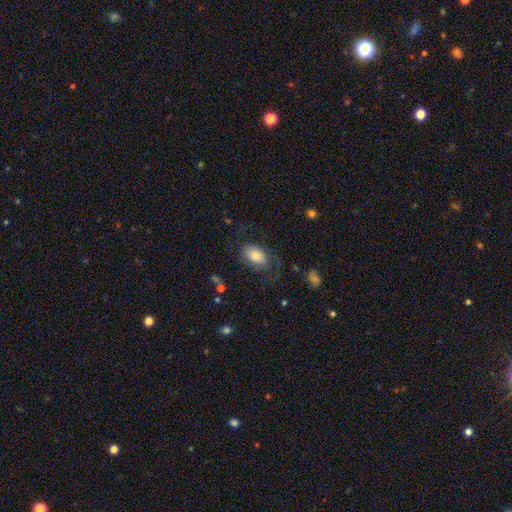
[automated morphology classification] smooth_or_featured: smooth (p=0.76) [alt: featured or disk p=0.17]
how_rounded: in between (p=0.90) [alt: round p=0.08]
merging: none (p=0.58) [alt: minor disturbance p=0.21]